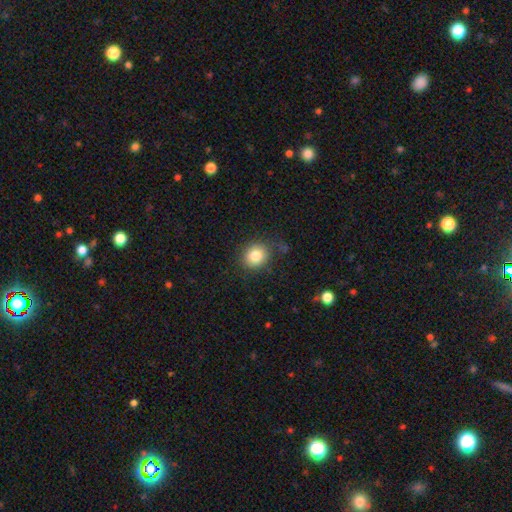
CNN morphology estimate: Overall: smooth (82%). How rounded: round (77%). Merging: none (80%).